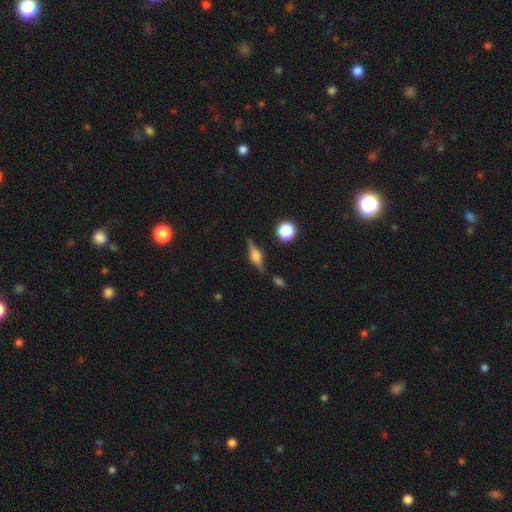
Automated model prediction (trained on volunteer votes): Overall: featured or disk (74%). Edge-on disk: yes (96%). Edge-on bulge: rounded (82%). Merging: none (81%).